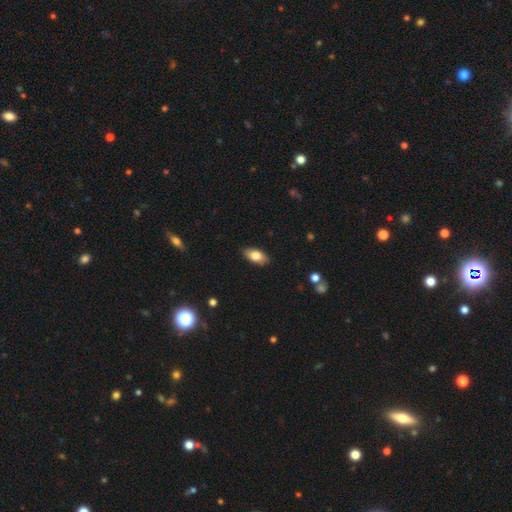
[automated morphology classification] A smooth galaxy with no disk features (80%) that is in between round and cigar-shaped (91%). Merging: none (87%).